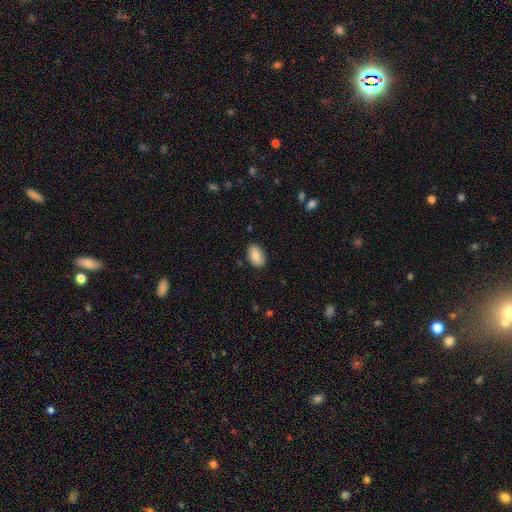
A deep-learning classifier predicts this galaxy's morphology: smooth 81%, featured or disk 12%, star or artifact 7%. Down the decision tree: how rounded — in between (91%); merging — none (84%).